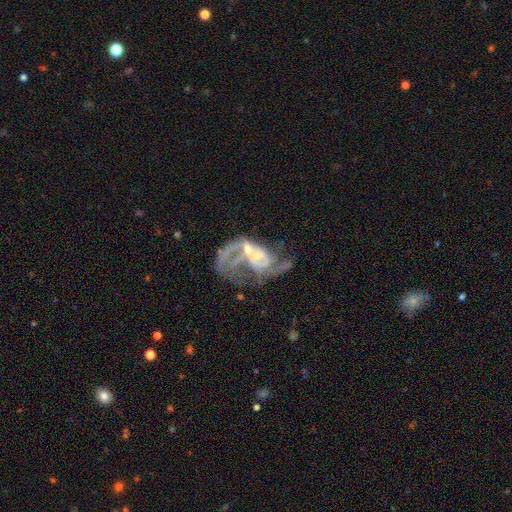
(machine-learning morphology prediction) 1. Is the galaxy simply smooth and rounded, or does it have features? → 81% featured or disk, 10% smooth, 9% star or artifact.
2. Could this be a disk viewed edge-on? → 97% no, 3% yes.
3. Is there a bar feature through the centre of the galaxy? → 62% no, 29% weak, 9% strong.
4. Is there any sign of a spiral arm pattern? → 78% yes, 22% no.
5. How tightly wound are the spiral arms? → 42% loose, 38% medium, 19% tight.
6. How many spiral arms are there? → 45% 2, 22% can't tell, 19% 1, 7% 3, 3% 4, 3% more than 4.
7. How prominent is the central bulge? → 53% small, 27% moderate, 14% none, 3% large, 2% dominant.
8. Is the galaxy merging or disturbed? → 35% major disturbance (tied), 35% merger (tied), 20% none, 10% minor disturbance.